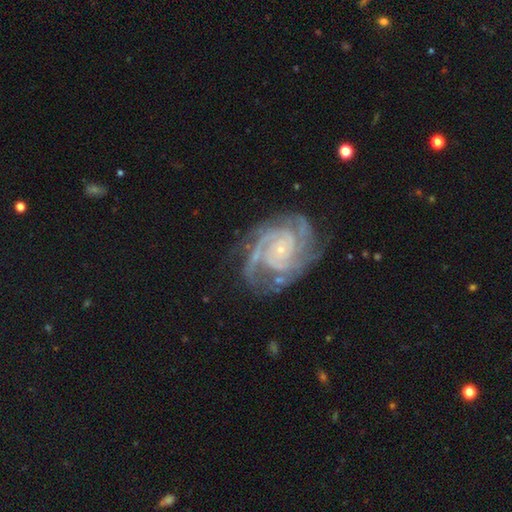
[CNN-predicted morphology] Smooth or featured? featured or disk (87%)
Edge-on disk? no (97%)
Bar? no (67%)
Spiral arms? yes (98%)
Spiral winding? tight (67%)
Spiral arm count? 3 (27%)
Bulge size? small (74%)
Merging? none (76%)